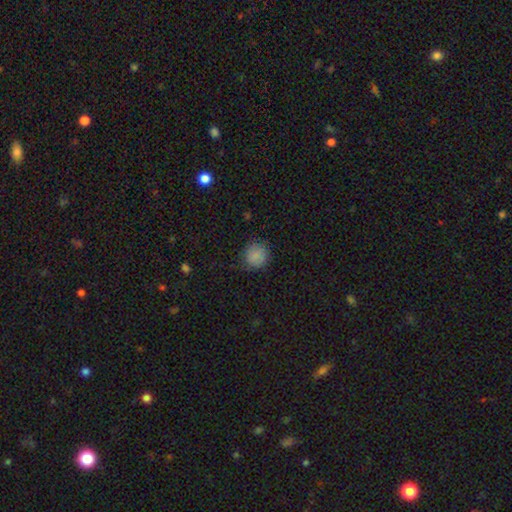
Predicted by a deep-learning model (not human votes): The model was most divided on "merging": none: 81%, minor disturbance: 14%, major disturbance: 4%, merger: 1%. More confident: how rounded — round (88%); smooth or featured — smooth (84%).